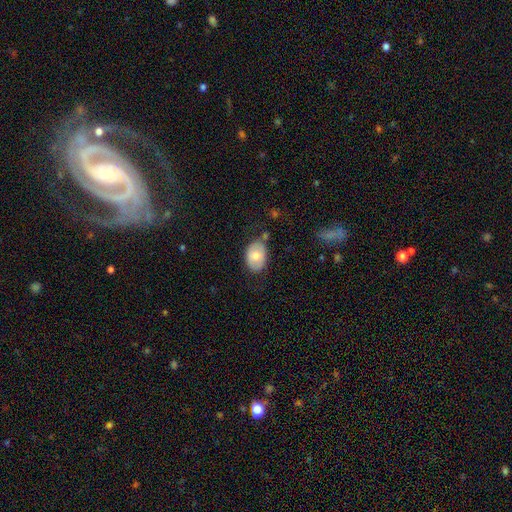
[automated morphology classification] smooth-or-featured: smooth: 71% | featured or disk: 22% | star or artifact: 7%
  how-rounded: in between: 82% | round: 17% | cigar-shaped: 1%
  merging: none: 66% | minor disturbance: 24% | major disturbance: 6% | merger: 5%